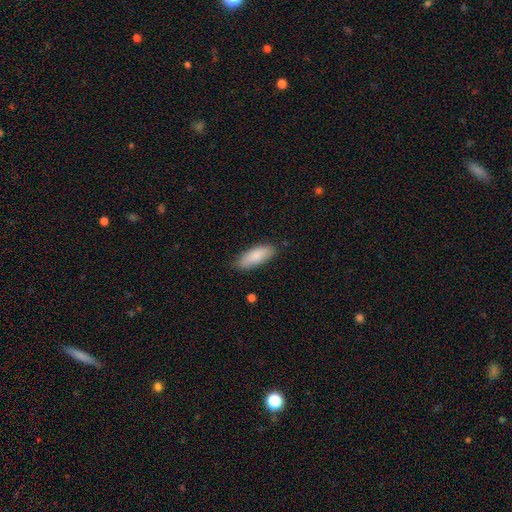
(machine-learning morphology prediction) This is clearly a smooth galaxy (86%). How rounded: likely in between (72%). Merging: clearly none (82%).